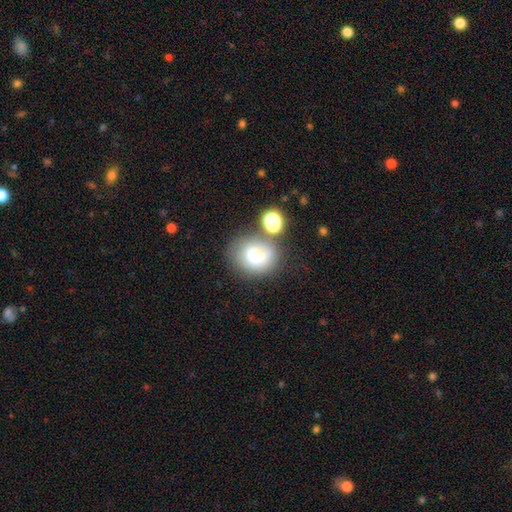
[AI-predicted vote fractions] Smooth or featured? smooth (74%)
How rounded? round (61%)
Merging? none (50%)